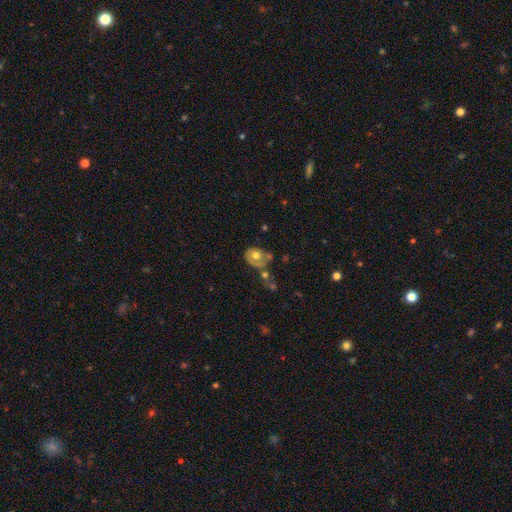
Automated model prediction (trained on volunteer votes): smooth_or_featured: featured or disk (p=0.47) [alt: smooth p=0.45]
merging: none (p=0.35) [alt: merger p=0.23]